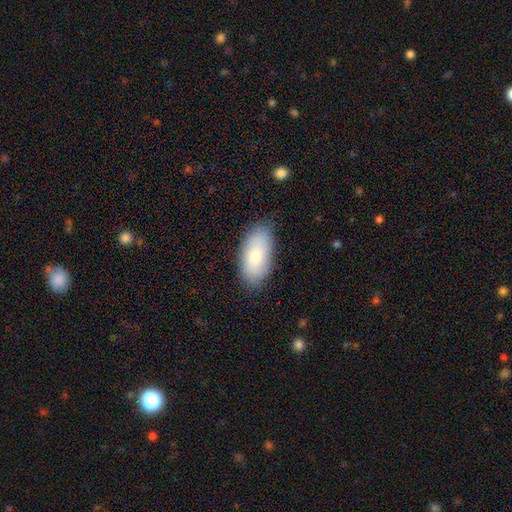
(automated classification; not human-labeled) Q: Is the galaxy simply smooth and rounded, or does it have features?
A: smooth — 79%.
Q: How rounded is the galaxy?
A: in between — 94%.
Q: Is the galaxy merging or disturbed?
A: none — 83%.